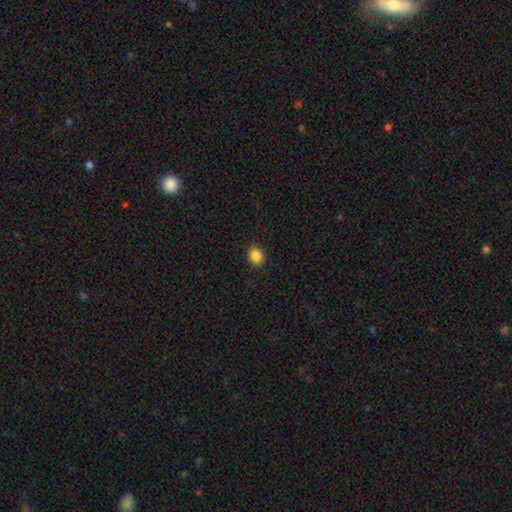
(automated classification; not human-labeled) Smooth or featured? smooth (86%)
How rounded? round (74%)
Merging? none (91%)